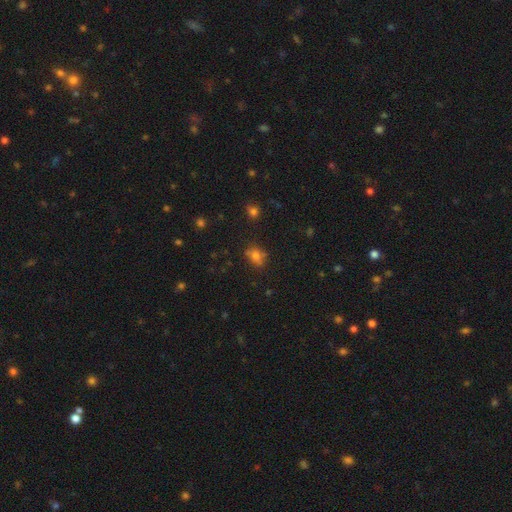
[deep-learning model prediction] smooth_or_featured: smooth (p=0.64) [alt: star or artifact p=0.20]
how_rounded: in between (p=0.50) [alt: round p=0.48]
merging: none (p=0.61) [alt: minor disturbance p=0.20]